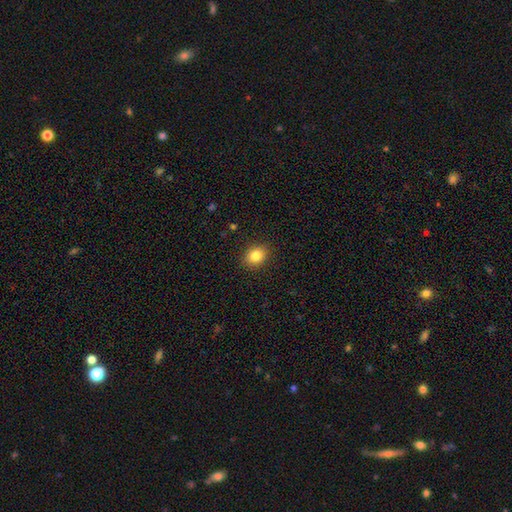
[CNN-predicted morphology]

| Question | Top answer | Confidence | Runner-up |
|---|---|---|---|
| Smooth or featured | smooth | 84% | star or artifact (10%) |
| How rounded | in between | 52% | round (47%) |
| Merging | none | 89% | minor disturbance (8%) |